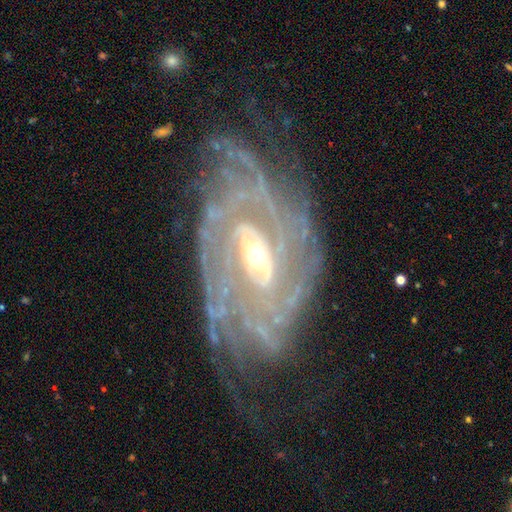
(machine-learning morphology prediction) featured or disk 90%, star or artifact 6%, smooth 5%. Down the decision tree: edge-on disk — no (94%); bar — weak (41%); spiral arms — yes (94%); spiral arm count — can't tell (37%); spiral winding — tight (71%); bulge size — moderate (56%); merging — none (62%).